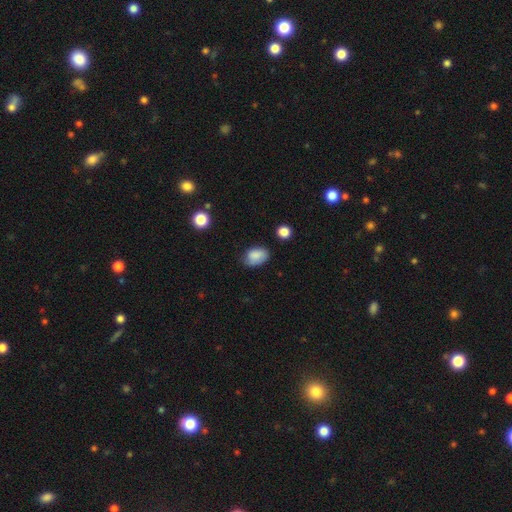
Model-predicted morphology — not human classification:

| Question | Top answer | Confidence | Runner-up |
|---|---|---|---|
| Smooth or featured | smooth | 82% | featured or disk (9%) |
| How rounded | in between | 84% | round (15%) |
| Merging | none | 64% | minor disturbance (28%) |